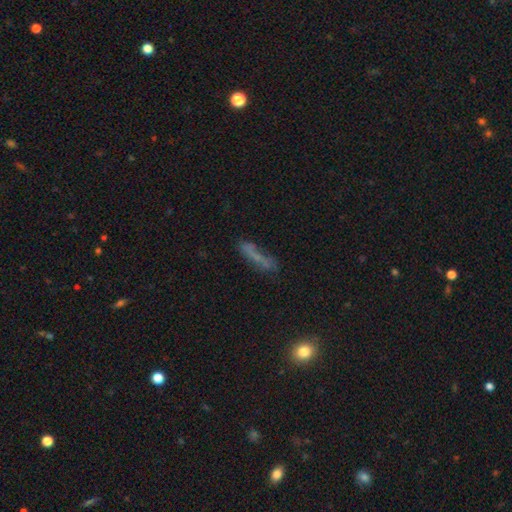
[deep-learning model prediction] Overall: smooth (52%; featured or disk 30%). How rounded: cigar-shaped (76%). Merging: none (51%; minor disturbance 19%).